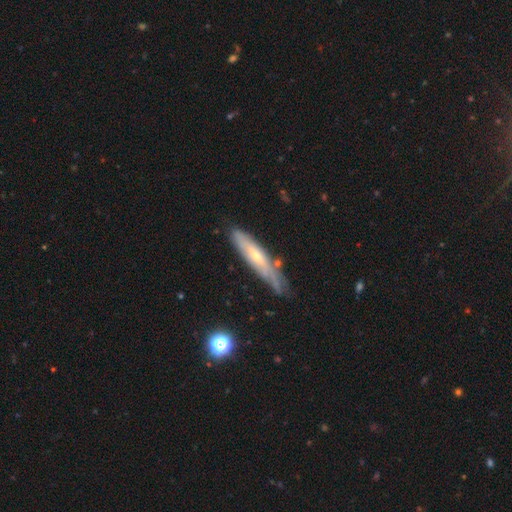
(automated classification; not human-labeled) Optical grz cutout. It shows a featured or disk galaxy (59%) viewed edge-on (65%). Merging: none (66%).